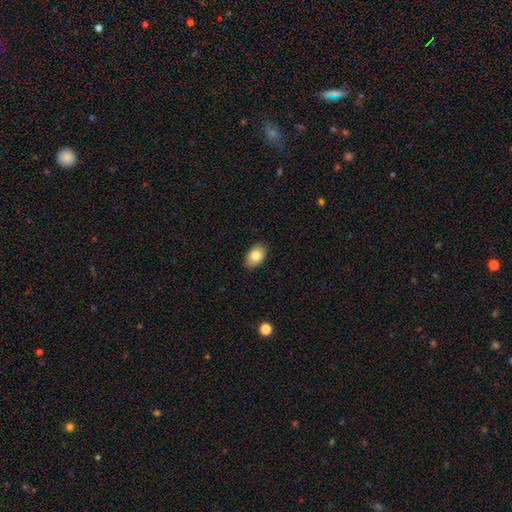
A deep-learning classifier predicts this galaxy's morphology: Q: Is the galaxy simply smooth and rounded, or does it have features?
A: smooth — 81%.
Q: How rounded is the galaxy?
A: in between — 86%.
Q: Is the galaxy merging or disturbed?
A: none — 87%.